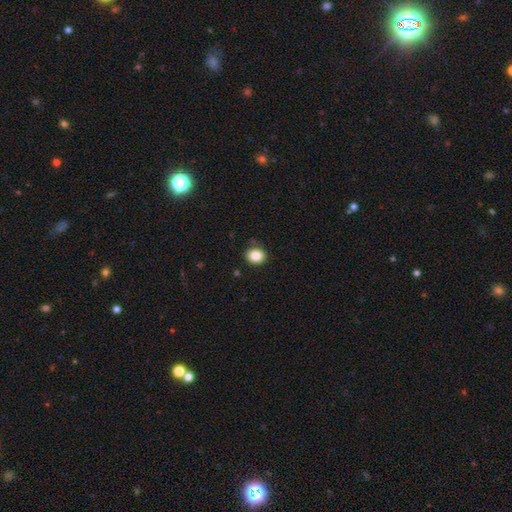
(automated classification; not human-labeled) smooth 86%, star or artifact 9%, featured or disk 4%. Down the decision tree: how rounded — round (56%); merging — none (82%).